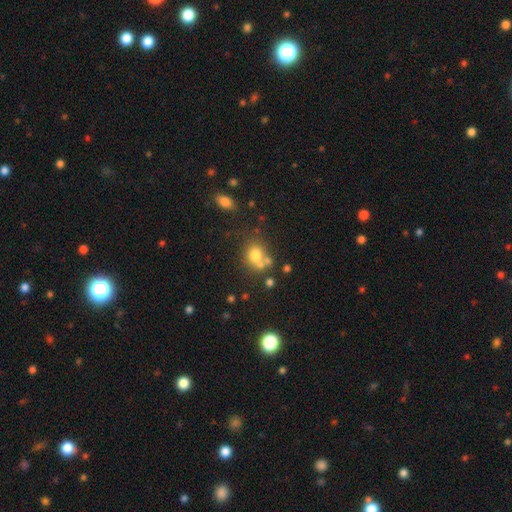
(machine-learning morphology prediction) Smooth or featured? smooth (70%)
How rounded? round (71%)
Merging? none (47%)